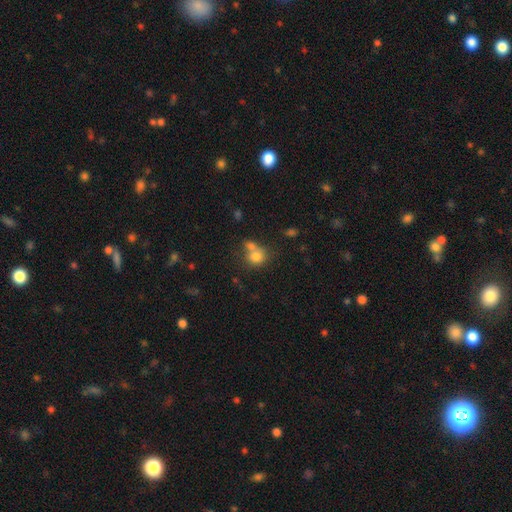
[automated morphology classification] This appears to be a smooth galaxy with no disk features (77%) that is round (73%). Merging: merger (43%).